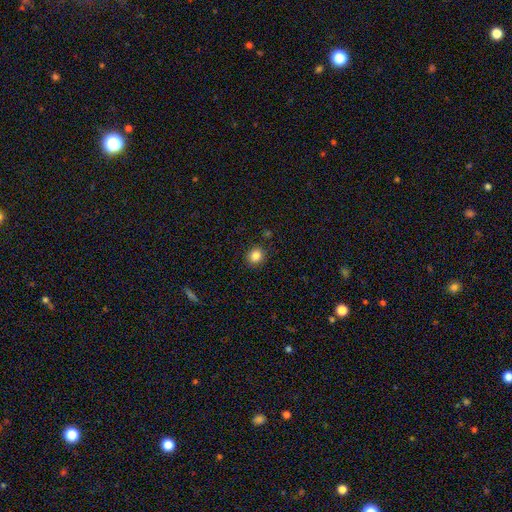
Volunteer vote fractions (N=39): Q: Smooth or featured?
A: smooth (85%); runner-up: star or artifact (10%)
Q: How rounded?
A: round (79%); runner-up: in between (21%)
Q: Merging?
A: none (86%); runner-up: minor disturbance (9%)